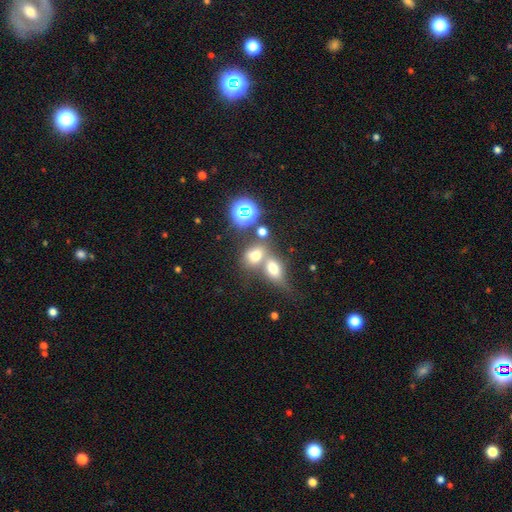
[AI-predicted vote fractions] A smooth galaxy with no disk features (67%) that is in between round and cigar-shaped (63%). Merging: merger (54%).